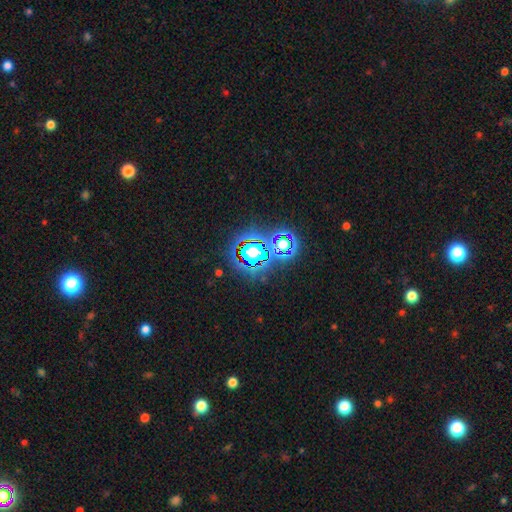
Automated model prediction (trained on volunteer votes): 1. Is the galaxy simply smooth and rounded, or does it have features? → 80% star or artifact, 13% smooth, 8% featured or disk.